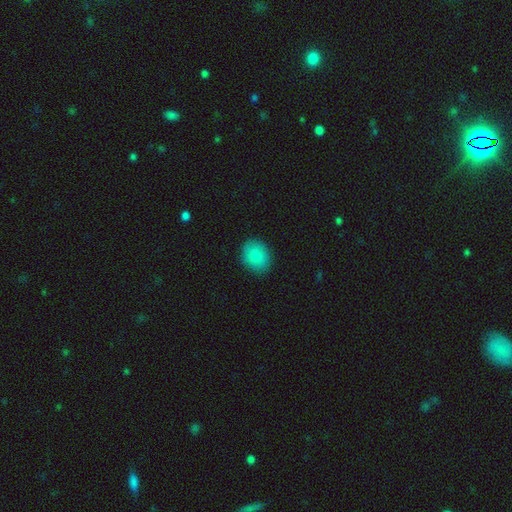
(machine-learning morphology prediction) smooth 85%, star or artifact 8%, featured or disk 7%. Down the decision tree: how rounded — round (53%); merging — none (85%).